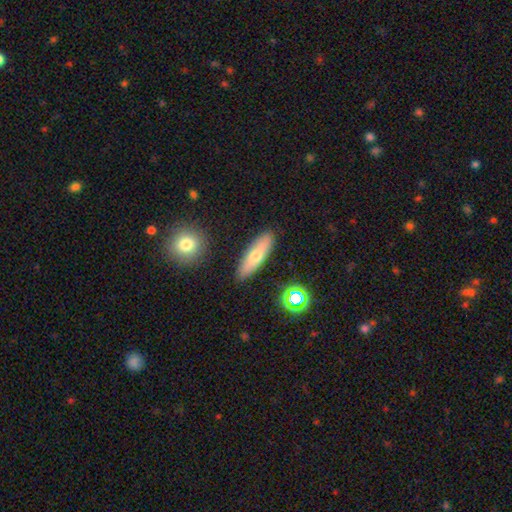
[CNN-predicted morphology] A smooth galaxy with no disk features (65%) that is cigar-shaped (57%).

Vote fractions:
- Smooth or featured? smooth: 65% / featured or disk: 27% / star or artifact: 8%
- How rounded? cigar-shaped: 57% / in between: 40% / round: 3%
- Merging? none: 87% / minor disturbance: 8% / merger: 2% / major disturbance: 2%